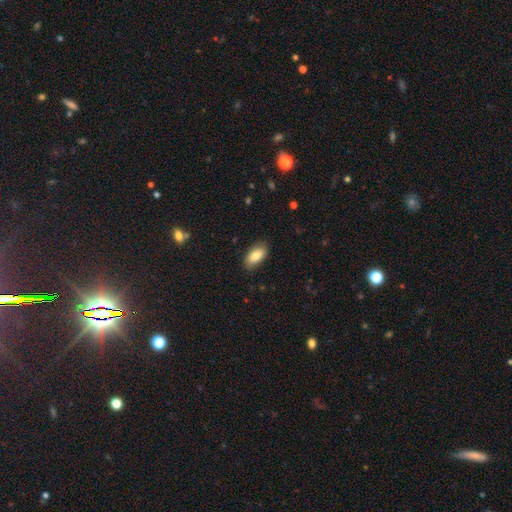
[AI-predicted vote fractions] Q: Smooth or featured?
A: smooth (82%); runner-up: featured or disk (12%)
Q: How rounded?
A: in between (93%); runner-up: cigar-shaped (4%)
Q: Merging?
A: none (83%); runner-up: minor disturbance (13%)